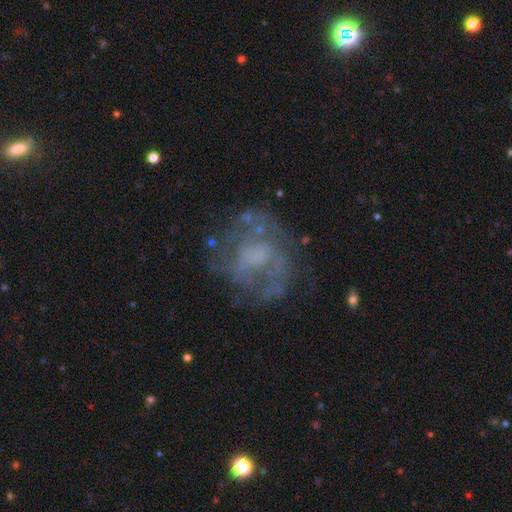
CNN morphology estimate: Smooth or featured? Predicted: featured or disk (p=0.69). Edge-on disk? Predicted: no (p=0.97). Bar? Predicted: no (p=0.67). Spiral arms? Predicted: yes (p=0.57). Bulge size? Predicted: none (p=0.42). Merging? Predicted: none (p=0.61).